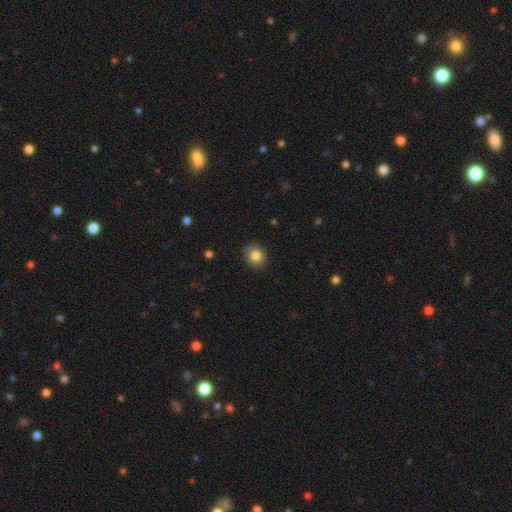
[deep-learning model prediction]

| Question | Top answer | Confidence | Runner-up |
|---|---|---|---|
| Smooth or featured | smooth | 82% | star or artifact (10%) |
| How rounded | round | 73% | in between (26%) |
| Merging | none | 89% | minor disturbance (8%) |